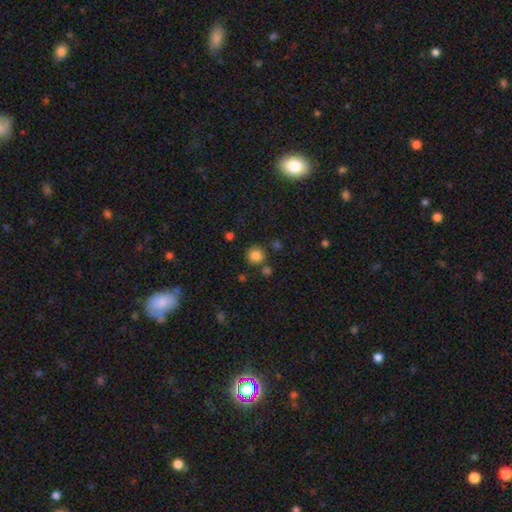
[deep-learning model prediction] This is clearly a smooth galaxy (83%). How rounded: clearly round (93%). Merging: clearly none (80%).